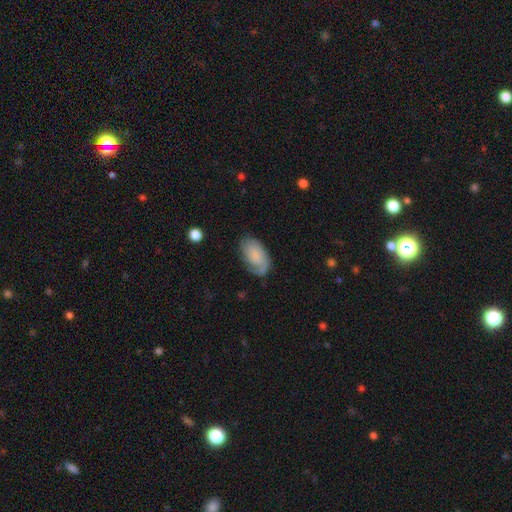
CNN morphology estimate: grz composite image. It shows a featured or disk galaxy (47%). Merging: none (64%).